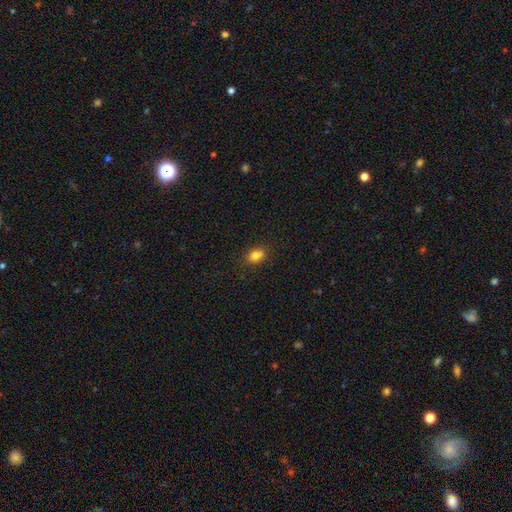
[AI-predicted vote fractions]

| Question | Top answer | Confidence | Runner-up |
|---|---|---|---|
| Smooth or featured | smooth | 82% | star or artifact (11%) |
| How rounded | in between | 67% | round (32%) |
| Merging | none | 87% | minor disturbance (10%) |